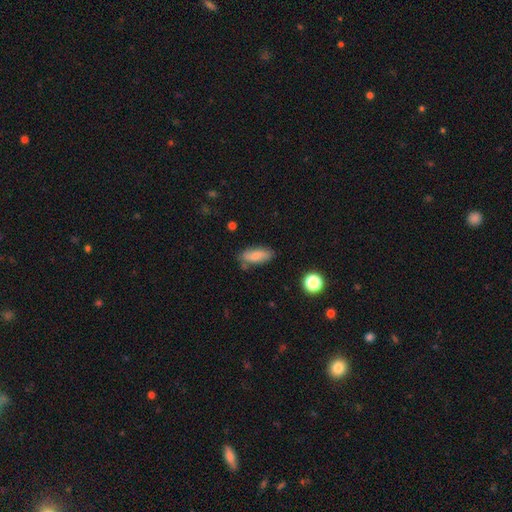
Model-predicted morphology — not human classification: A smooth galaxy with no disk features (78%) that is in between round and cigar-shaped (79%).

Vote fractions:
- Smooth or featured? smooth: 78% / featured or disk: 14% / star or artifact: 8%
- How rounded? in between: 79% / cigar-shaped: 18% / round: 3%
- Merging? none: 70% / minor disturbance: 21% / merger: 5% / major disturbance: 4%